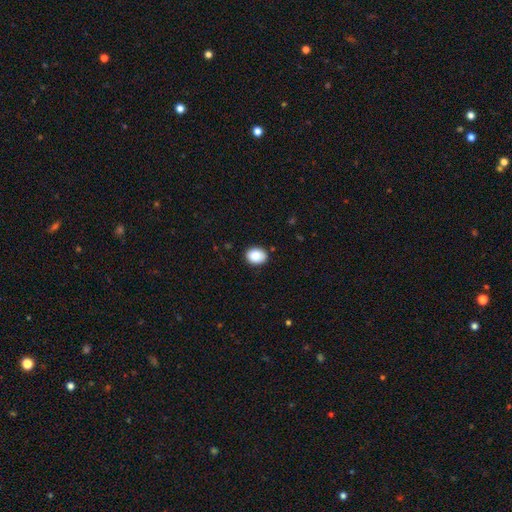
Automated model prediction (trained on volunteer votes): smooth_or_featured: smooth (p=0.86) [alt: star or artifact p=0.08]
how_rounded: in between (p=0.57) [alt: round p=0.42]
merging: none (p=0.87) [alt: minor disturbance p=0.10]